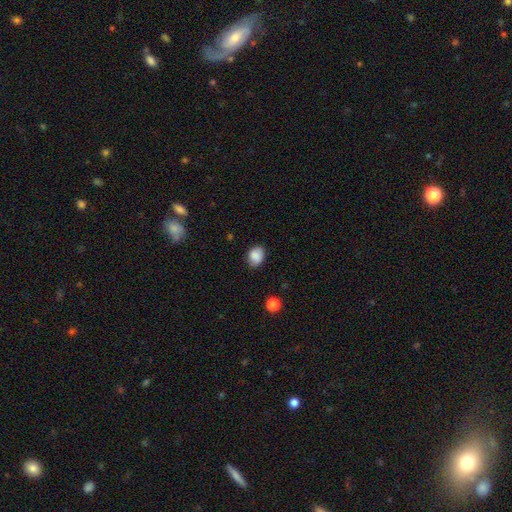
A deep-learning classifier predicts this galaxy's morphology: The model was most divided on "how rounded": in between: 61%, round: 38%, cigar-shaped: 1%. More confident: smooth or featured — smooth (84%); merging — none (78%).